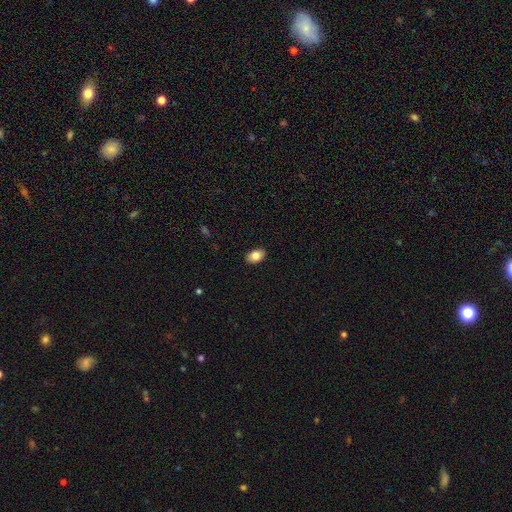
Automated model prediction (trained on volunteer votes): A smooth galaxy with no disk features (83%) that is in between round and cigar-shaped (88%). Merging: none (89%).